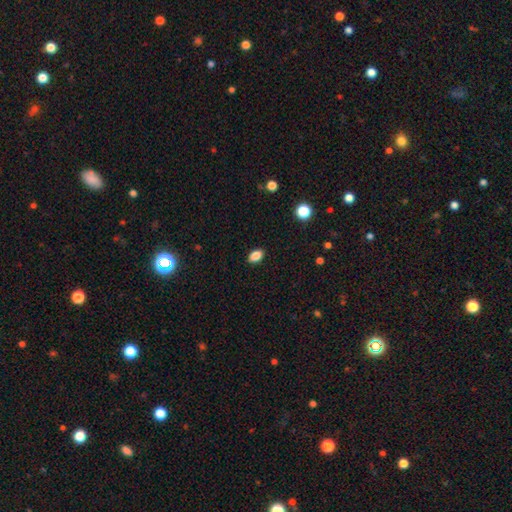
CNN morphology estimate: A smooth galaxy with no disk features (86%) that is in between round and cigar-shaped (87%). Merging: none (89%).